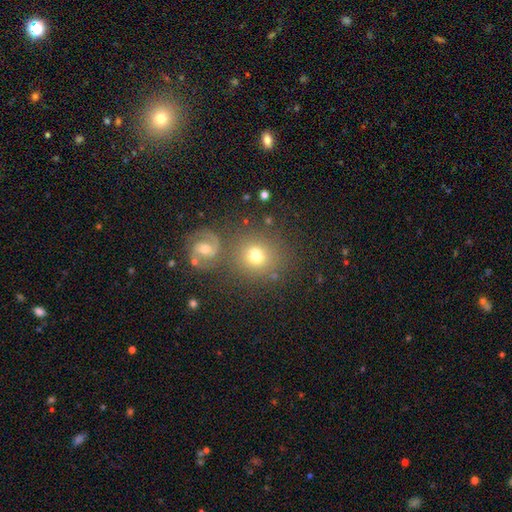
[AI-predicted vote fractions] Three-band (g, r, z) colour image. It shows a smooth galaxy with no disk features (65%) that is round (82%). Merging: none (71%).